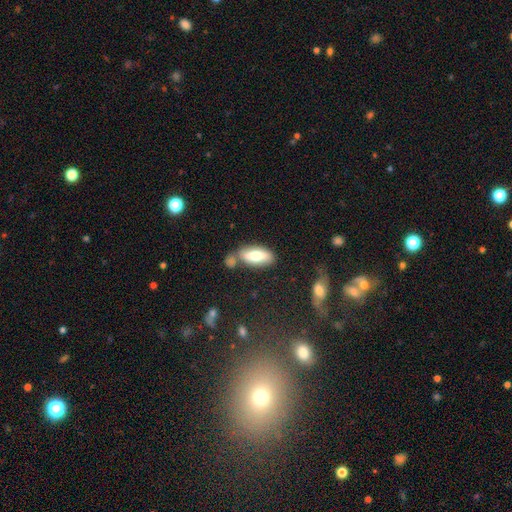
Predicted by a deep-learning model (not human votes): The model was most divided on "smooth or featured": smooth: 69%, featured or disk: 24%, star or artifact: 6%. More confident: how rounded — in between (82%); merging — none (63%).